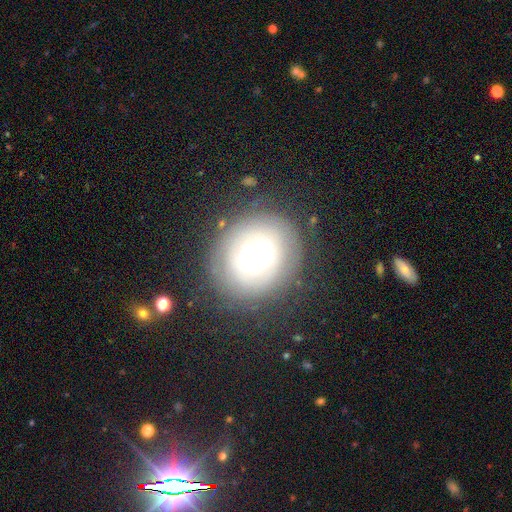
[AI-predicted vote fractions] smooth_or_featured: featured or disk (p=0.44) [alt: smooth p=0.43]
merging: none (p=0.71) [alt: minor disturbance p=0.16]